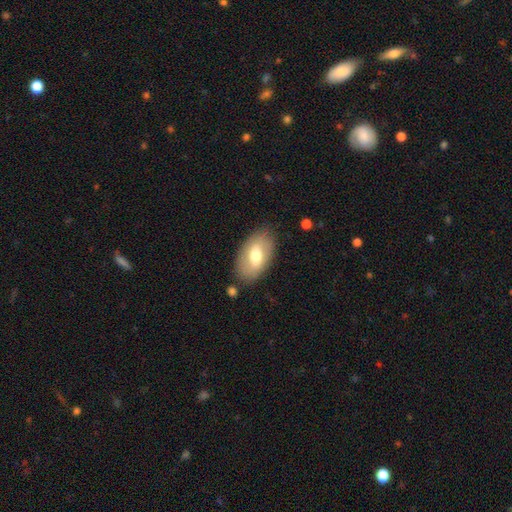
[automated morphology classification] Smooth or featured?
  - smooth: 65% *
  - featured or disk: 28%
  - star or artifact: 6%
How rounded?
  - in between: 93% *
  - round: 5%
  - cigar-shaped: 2%
Merging?
  - none: 81% *
  - minor disturbance: 13%
  - major disturbance: 4%
  - merger: 2%